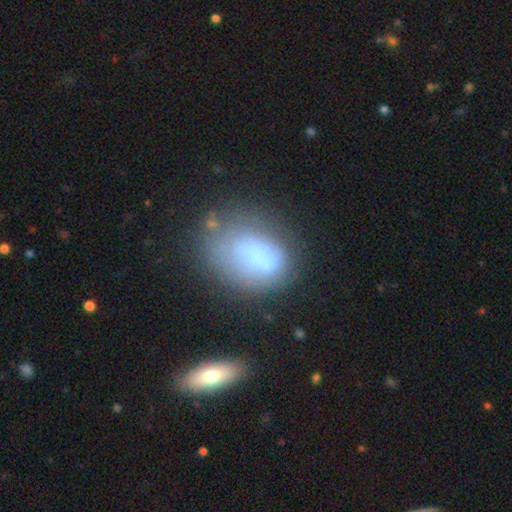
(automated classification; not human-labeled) The model was most divided on "merging": none: 42%, minor disturbance: 26%, major disturbance: 21%, merger: 12%. More confident: how rounded — in between (78%); smooth or featured — smooth (63%).